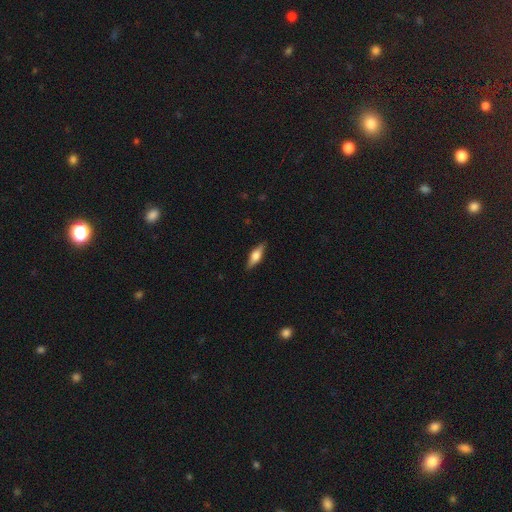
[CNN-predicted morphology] This is possibly a featured or disk galaxy (55%). It is clearly viewed edge-on (95%). Edge-on bulge: clearly rounded (87%). Merging: clearly none (87%).